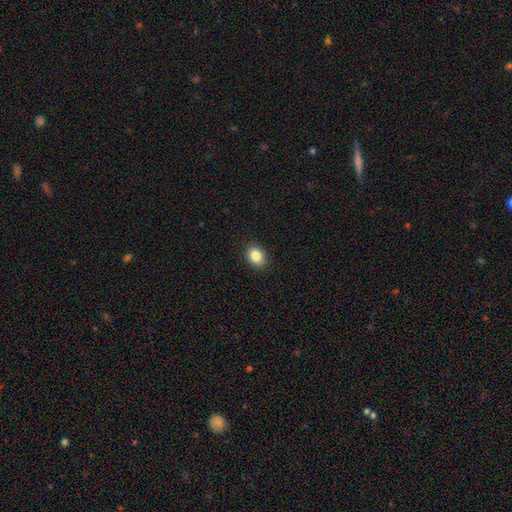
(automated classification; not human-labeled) This appears to be a smooth galaxy with no disk features (85%) that is in between round and cigar-shaped (60%). Merging: none (90%).